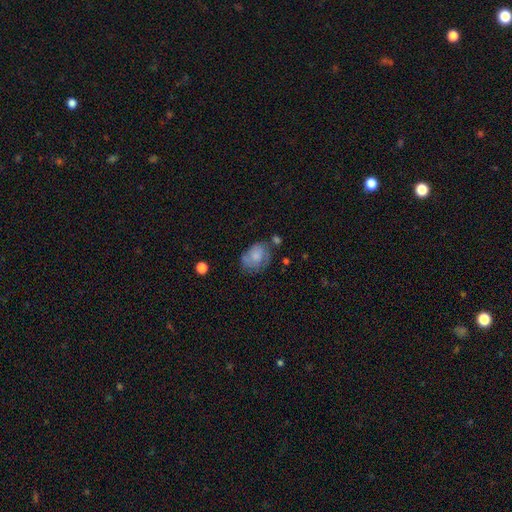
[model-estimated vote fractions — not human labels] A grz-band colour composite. It shows a smooth galaxy with no disk features (60%) that is in between round and cigar-shaped (70%). Merging: none (47%).